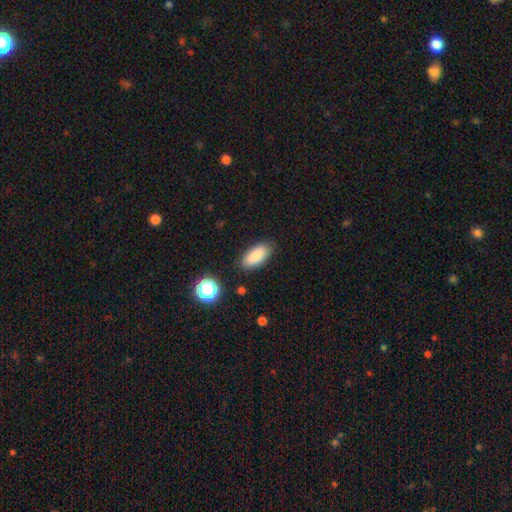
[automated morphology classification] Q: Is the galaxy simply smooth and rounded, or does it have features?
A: smooth — 87%.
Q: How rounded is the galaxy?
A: in between — 88%.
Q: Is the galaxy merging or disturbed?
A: none — 85%.